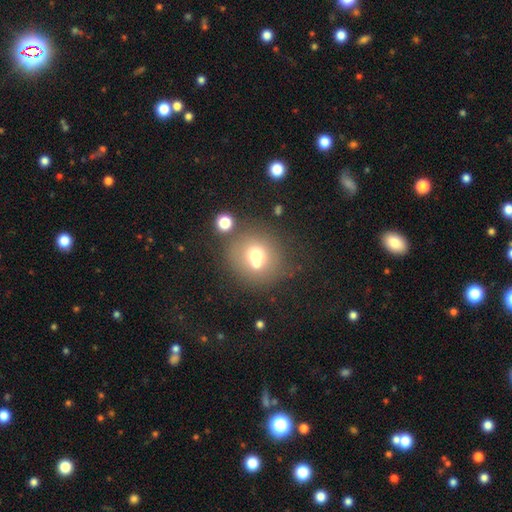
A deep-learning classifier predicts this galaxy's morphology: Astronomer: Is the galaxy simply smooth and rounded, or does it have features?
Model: smooth — 64%.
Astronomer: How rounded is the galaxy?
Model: round — 87%.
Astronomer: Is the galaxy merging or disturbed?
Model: none — 49% (runner-up: merger, 34%).